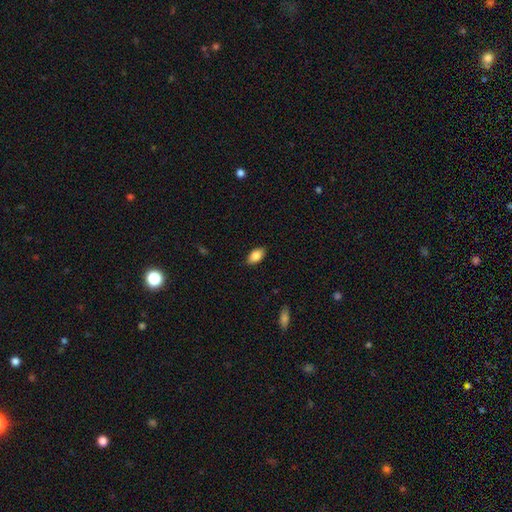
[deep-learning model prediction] Smooth or featured: smooth — 85% (featured or disk — 8%)
How rounded: in between — 93% (round — 4%)
Merging: none — 88% (minor disturbance — 9%)